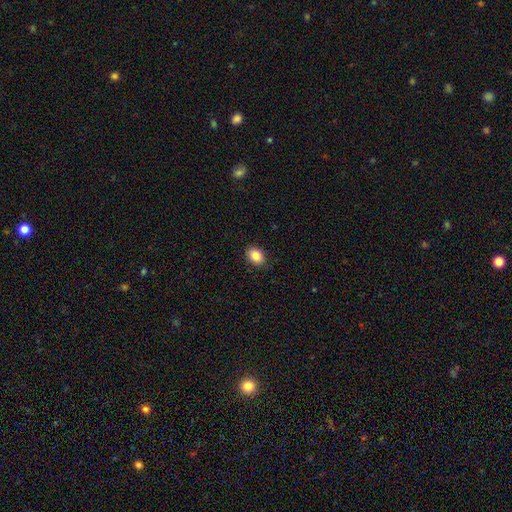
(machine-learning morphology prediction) A smooth galaxy with no disk features (85%) that is in between round and cigar-shaped (69%).

Vote fractions:
- Smooth or featured? smooth: 85% / star or artifact: 9% / featured or disk: 6%
- How rounded? in between: 69% / round: 30% / cigar-shaped: 1%
- Merging? none: 89% / minor disturbance: 9% / major disturbance: 2% / merger: 1%